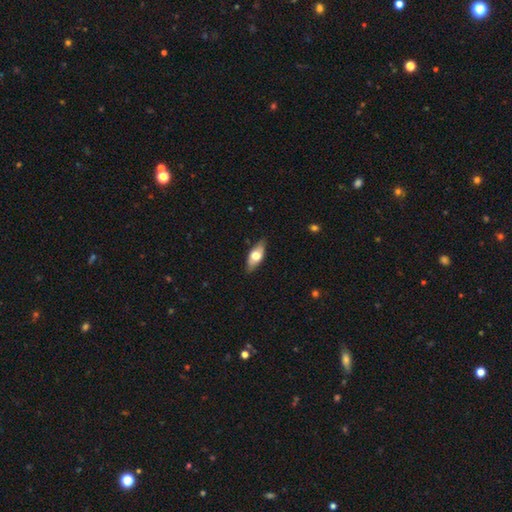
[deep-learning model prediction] smooth_or_featured: smooth (p=0.58) [alt: featured or disk p=0.36]
how_rounded: in between (p=0.79) [alt: cigar-shaped p=0.18]
merging: none (p=0.84) [alt: minor disturbance p=0.12]